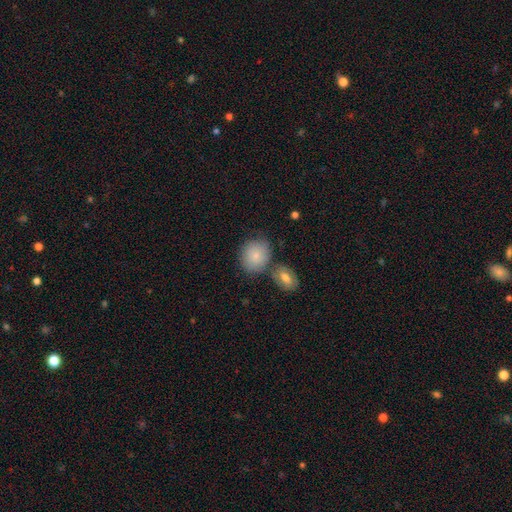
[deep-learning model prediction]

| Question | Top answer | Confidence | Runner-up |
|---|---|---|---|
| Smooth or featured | smooth | 83% | featured or disk (10%) |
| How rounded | round | 67% | in between (31%) |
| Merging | none | 60% | merger (24%) |